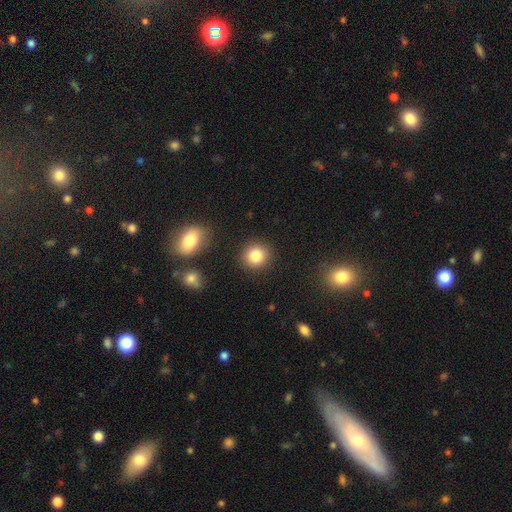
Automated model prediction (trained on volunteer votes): smooth 84%, star or artifact 10%, featured or disk 7%. Down the decision tree: how rounded — round (88%); merging — none (88%).